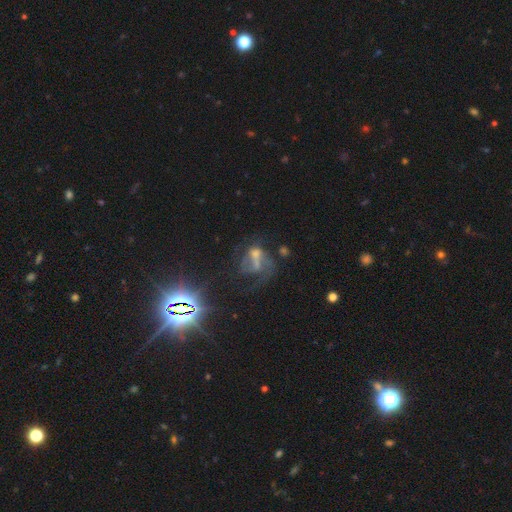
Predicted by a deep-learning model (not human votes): This appears to be a featured or disk galaxy (46%). Merging: major disturbance (37%).